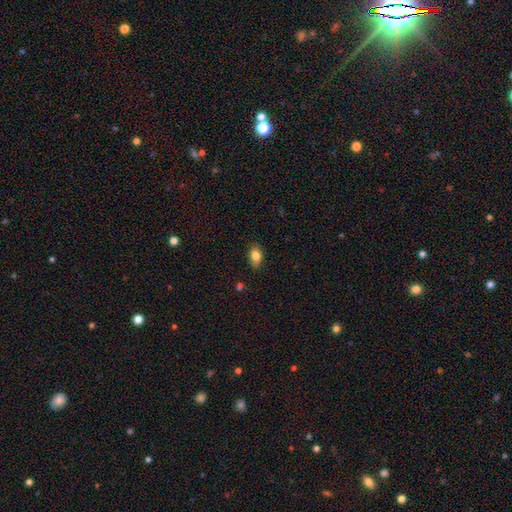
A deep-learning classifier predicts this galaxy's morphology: smooth_or_featured: smooth (p=0.82) [alt: featured or disk p=0.10]
how_rounded: in between (p=0.86) [alt: round p=0.11]
merging: none (p=0.83) [alt: minor disturbance p=0.13]